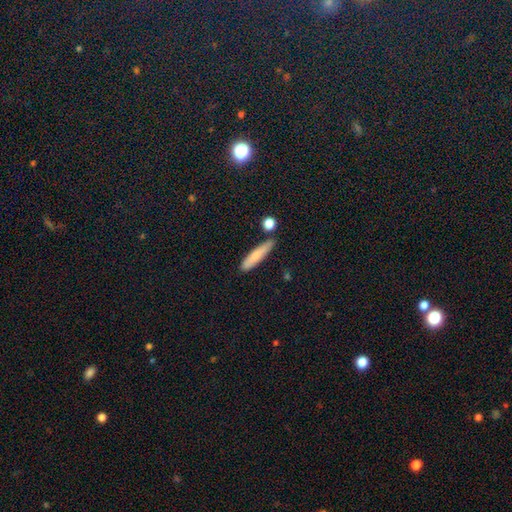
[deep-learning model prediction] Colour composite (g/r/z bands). It shows a smooth galaxy with no disk features (75%) that is cigar-shaped (85%). Merging: none (79%).